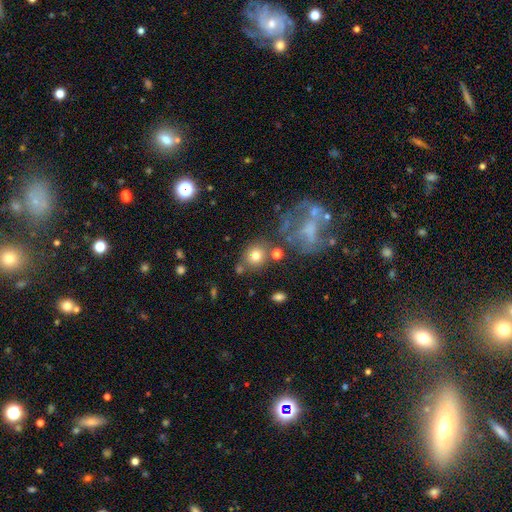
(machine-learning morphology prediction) Smooth or featured? Predicted: smooth (p=0.72). How rounded? Predicted: round (p=0.81). Merging? Predicted: none (p=0.66).